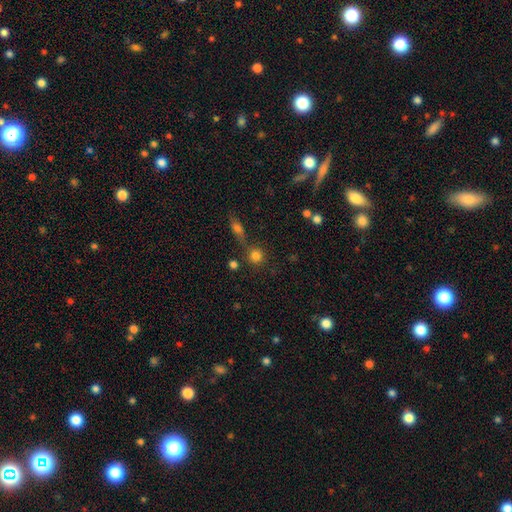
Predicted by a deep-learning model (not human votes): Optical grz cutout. It shows a smooth galaxy with no disk features (80%) that is round (91%). Merging: none (68%).